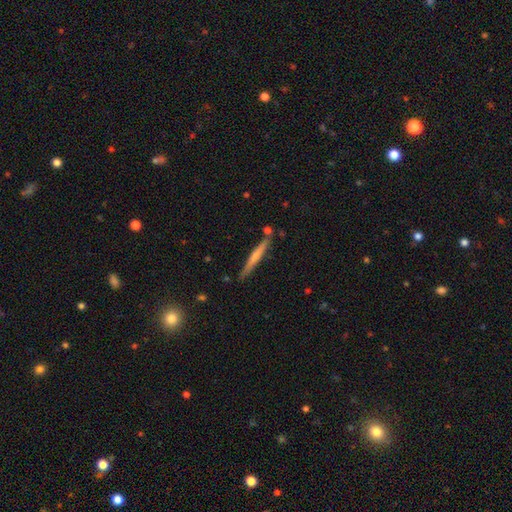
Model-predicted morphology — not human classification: The model was most divided on "smooth or featured" (2-way tie): featured or disk: 47%, smooth: 47%, star or artifact: 6%. More confident: merging — none (83%).